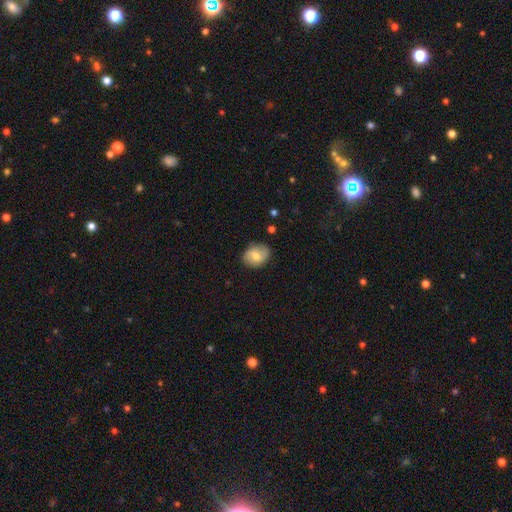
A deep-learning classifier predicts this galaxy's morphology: Smooth or featured? smooth (62%)
How rounded? in between (56%)
Merging? none (77%)